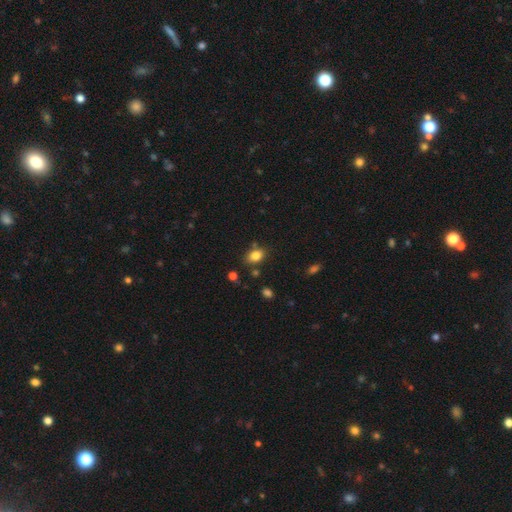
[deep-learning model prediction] Smooth or featured? smooth (82%)
How rounded? in between (76%)
Merging? none (76%)